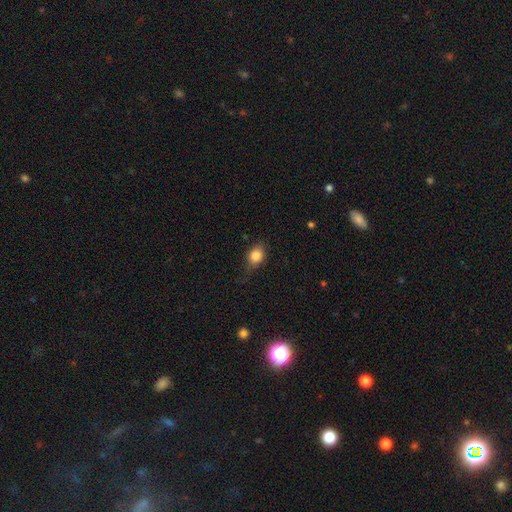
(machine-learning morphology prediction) This is clearly a smooth galaxy (81%). How rounded: possibly in between (52%). Merging: likely none (63%).